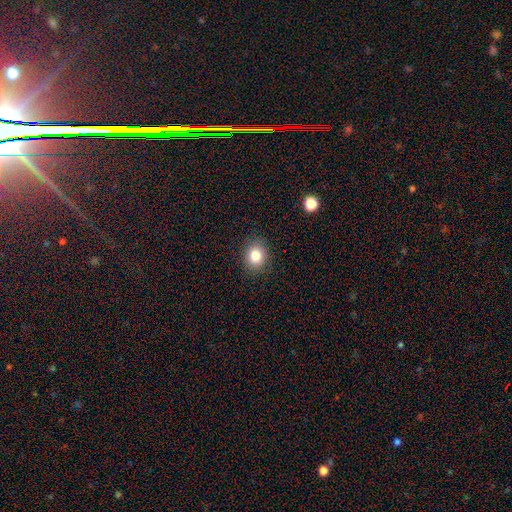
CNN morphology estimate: smooth 83%, star or artifact 11%, featured or disk 7%. Down the decision tree: how rounded — round (62%); merging — none (88%).